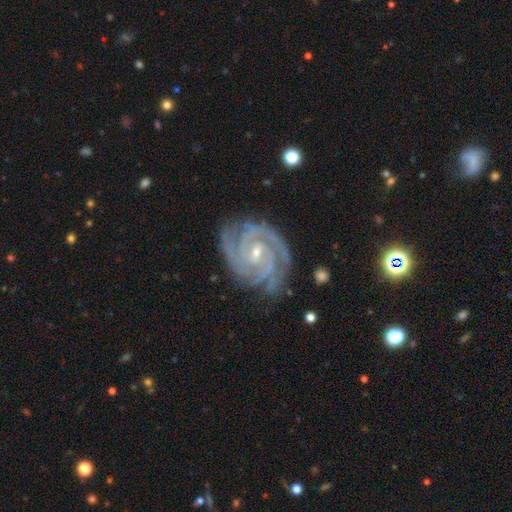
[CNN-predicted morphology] featured or disk 91%, star or artifact 6%, smooth 3%. Down the decision tree: edge-on disk — no (98%); bar — no (47%); spiral arms — yes (99%); spiral arm count — 3 (35%); spiral winding — tight (78%); bulge size — small (66%); merging — none (80%).